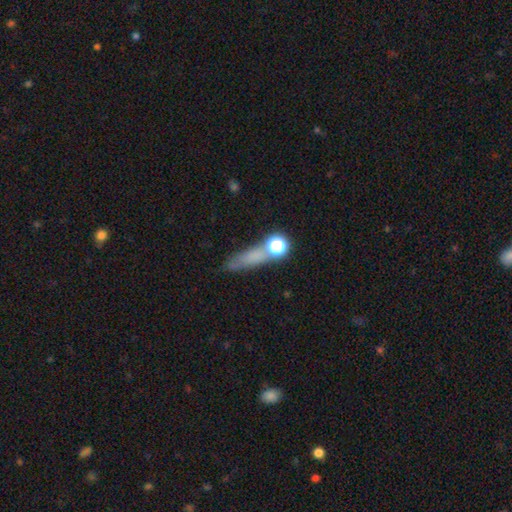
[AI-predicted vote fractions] This is possibly a smooth galaxy (60%). How rounded: possibly cigar-shaped (55%). Merging: possibly none (59%).